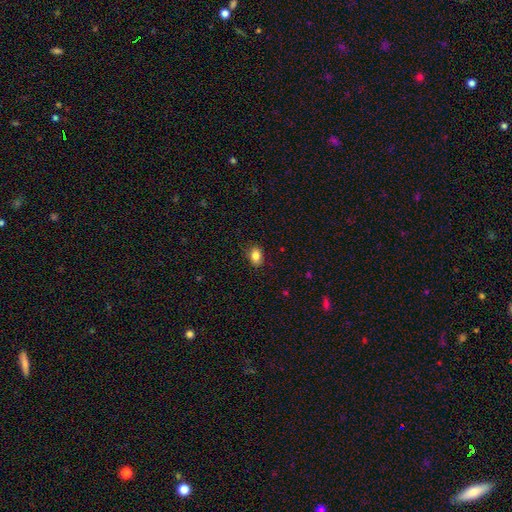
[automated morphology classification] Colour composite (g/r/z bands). It shows a smooth galaxy with no disk features (84%) that is in between round and cigar-shaped (71%). Merging: none (86%).